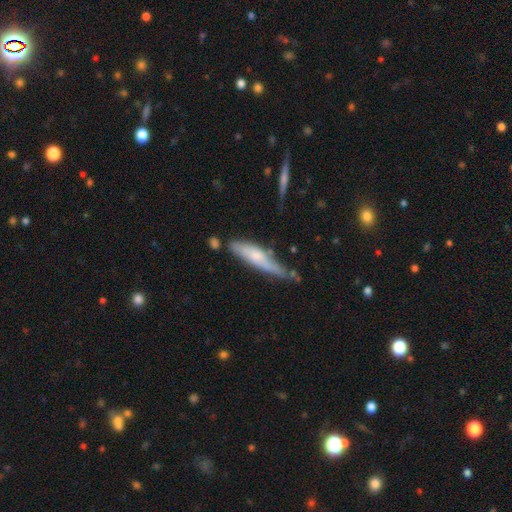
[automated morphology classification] Smooth or featured: smooth — 52% (featured or disk — 41%)
How rounded: cigar-shaped — 78% (in between — 21%)
Merging: none — 44% (minor disturbance — 37%)